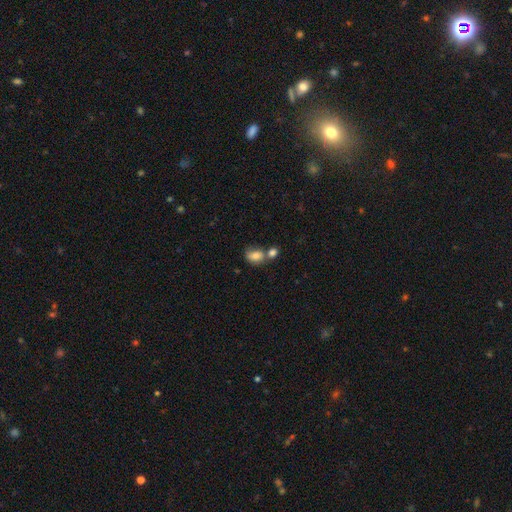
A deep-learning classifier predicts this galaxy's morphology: type=smooth (79%); roundness=in between (69%); merging=merger (41%).